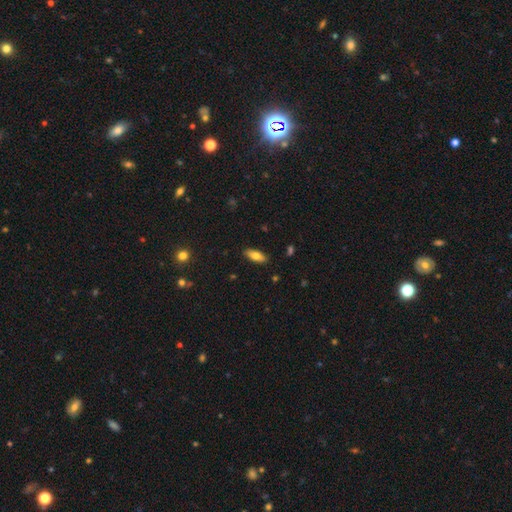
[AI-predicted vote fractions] A smooth galaxy with no disk features (76%) that is in between round and cigar-shaped (78%). Merging: none (88%).